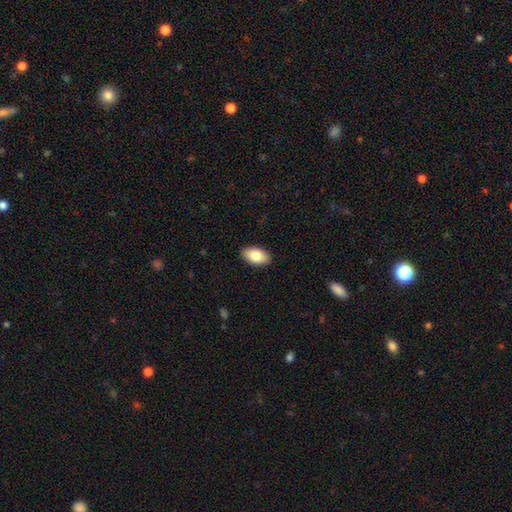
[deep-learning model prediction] Q: Smooth or featured?
A: smooth (81%); runner-up: featured or disk (12%)
Q: How rounded?
A: in between (94%); runner-up: round (4%)
Q: Merging?
A: none (90%); runner-up: minor disturbance (8%)